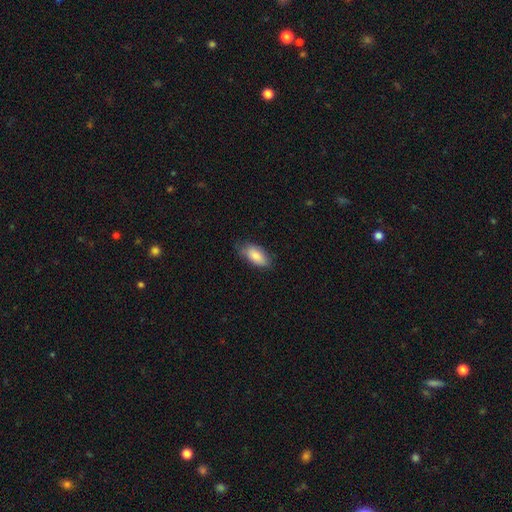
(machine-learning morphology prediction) Smooth or featured?
  - smooth: 84% *
  - featured or disk: 9%
  - star or artifact: 6%
How rounded?
  - in between: 89% *
  - cigar-shaped: 9%
  - round: 2%
Merging?
  - none: 68% *
  - minor disturbance: 26%
  - major disturbance: 5%
  - merger: 1%